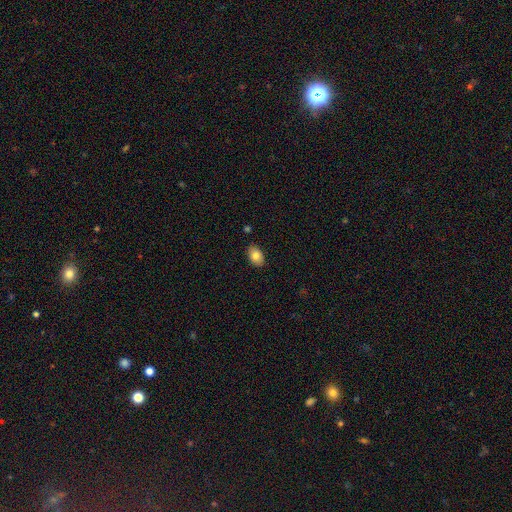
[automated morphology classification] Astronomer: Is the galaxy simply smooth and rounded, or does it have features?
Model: smooth — 82%.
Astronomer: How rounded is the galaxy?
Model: in between — 89%.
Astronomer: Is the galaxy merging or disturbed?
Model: none — 86%.